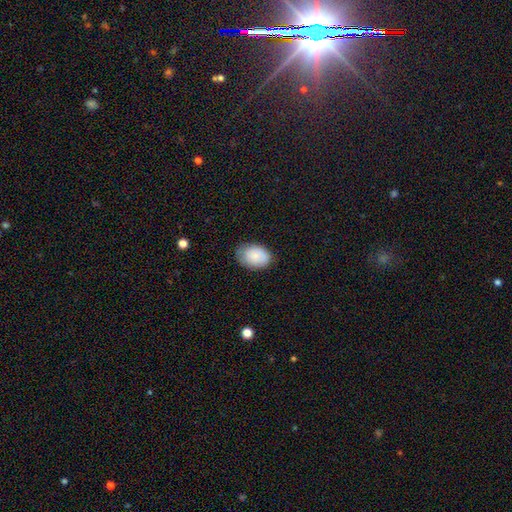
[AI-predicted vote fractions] Smooth or featured?
  - smooth: 84% *
  - featured or disk: 9%
  - star or artifact: 7%
How rounded?
  - in between: 82% *
  - round: 17%
  - cigar-shaped: 1%
Merging?
  - none: 74% *
  - minor disturbance: 20%
  - major disturbance: 4%
  - merger: 1%